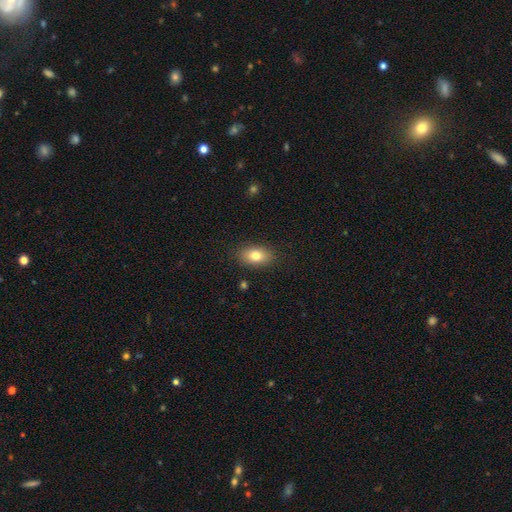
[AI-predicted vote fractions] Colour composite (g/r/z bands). It shows a smooth galaxy with no disk features (81%) that is in between round and cigar-shaped (86%). Merging: none (86%).